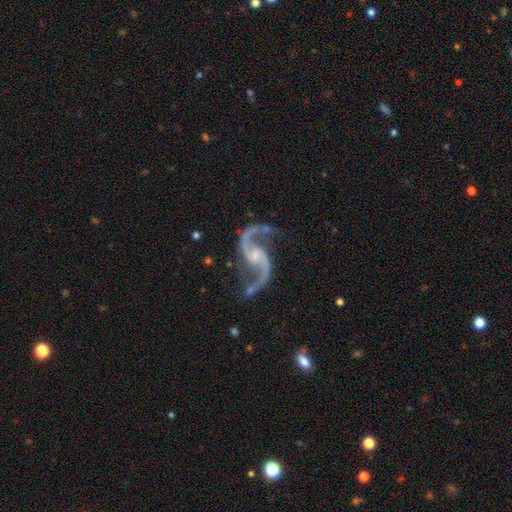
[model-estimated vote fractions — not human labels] A featured or disk galaxy (94%) with no bar (49%), 2 (95%) loose (67%) spiral arms (98%) and a small central bulge (55%). Merging: none (73%).